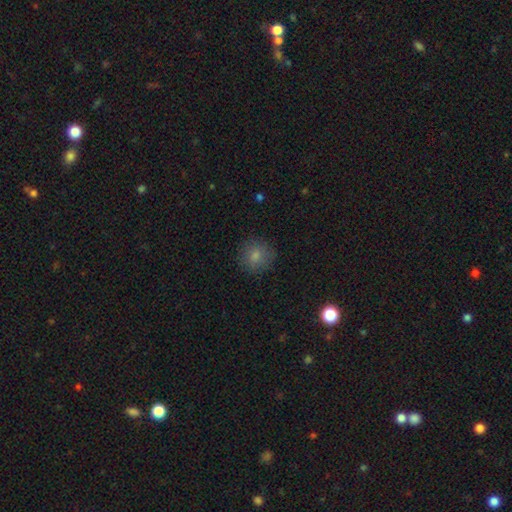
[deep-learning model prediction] This is clearly a smooth galaxy (82%). How rounded: clearly round (88%). Merging: clearly none (83%).